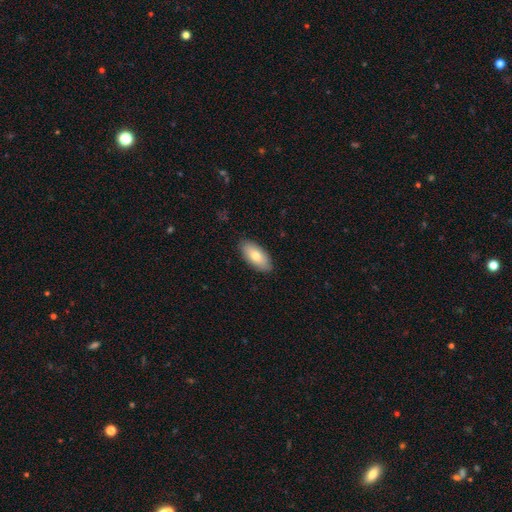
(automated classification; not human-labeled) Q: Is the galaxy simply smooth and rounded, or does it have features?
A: smooth — 78%.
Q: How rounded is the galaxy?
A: in between — 90%.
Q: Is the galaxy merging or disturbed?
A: none — 88%.